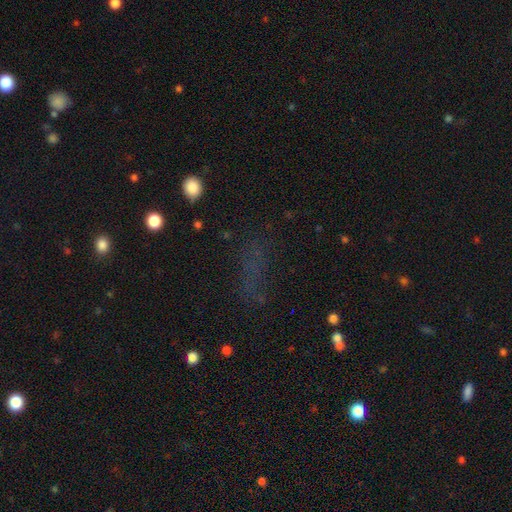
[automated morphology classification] The model was most divided on "smooth or featured": smooth: 43%, star or artifact: 41%, featured or disk: 16%. More confident: merging — none (61%).